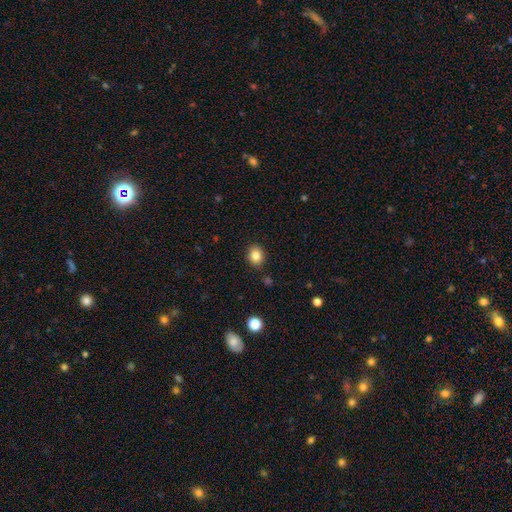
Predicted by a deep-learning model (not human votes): This appears to be a smooth galaxy with no disk features (84%) that is round (53%). Merging: none (88%).